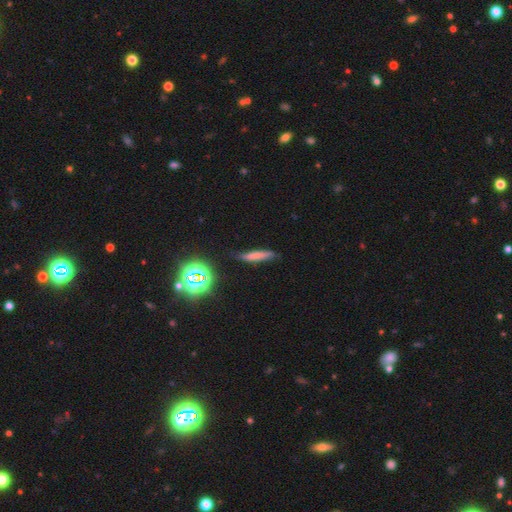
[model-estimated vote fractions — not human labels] Morphology: type=smooth (65%); roundness=cigar-shaped (86%); merging=none (73%).